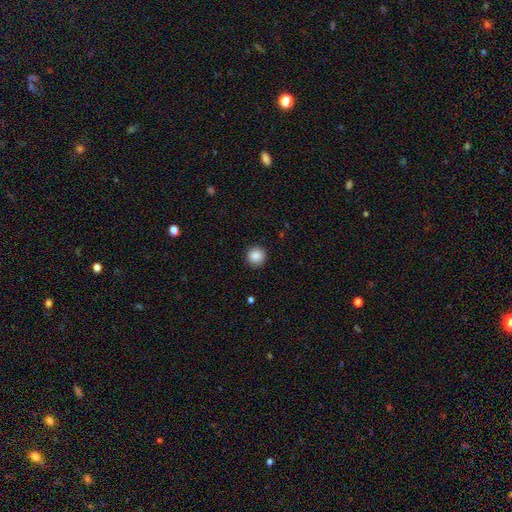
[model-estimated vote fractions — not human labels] Q: Smooth or featured?
A: smooth (88%); runner-up: star or artifact (9%)
Q: How rounded?
A: round (95%); runner-up: in between (4%)
Q: Merging?
A: none (91%); runner-up: minor disturbance (6%)